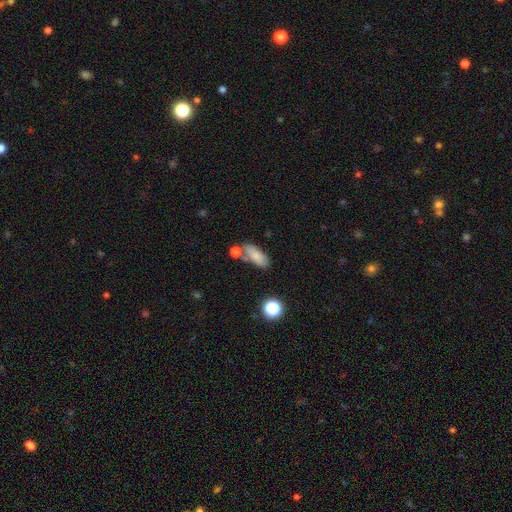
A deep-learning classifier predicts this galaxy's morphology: Smooth or featured? smooth (78%)
How rounded? in between (78%)
Merging? none (58%)